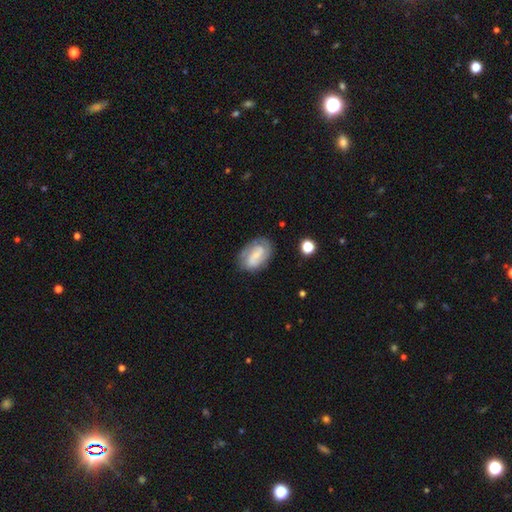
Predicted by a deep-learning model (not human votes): smooth-or-featured: featured or disk: 68% | smooth: 26% | star or artifact: 7%
  disk-edge-on: no: 97% | yes: 3%
    bar: weak: 46% | no: 35% | strong: 19%
    has-spiral-arms: yes: 90% | no: 10%
      spiral-winding: tight: 47% | medium: 39% | loose: 14%
      spiral-arm-count: 2: 65% | can't tell: 19% | 3: 7% | 1: 6% | 4: 2% | more than 4: 2%
    bulge-size: small: 59% | moderate: 20% | none: 17% | large: 3% | dominant: 1%
  merging: none: 73% | minor disturbance: 18% | major disturbance: 7% | merger: 2%